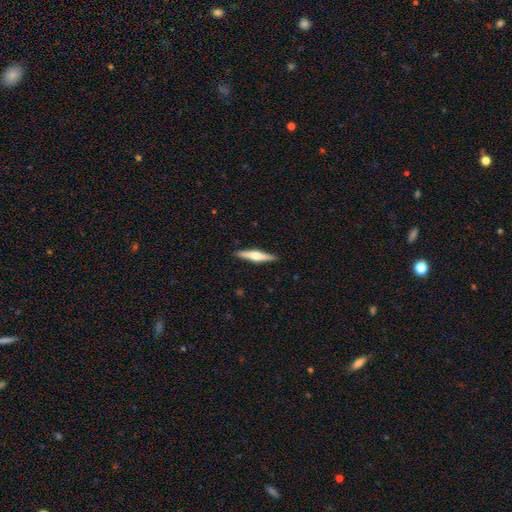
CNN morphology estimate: This appears to be a featured or disk galaxy (62%) viewed edge-on (97%) with a rounded central bulge (89%). Merging: none (91%).